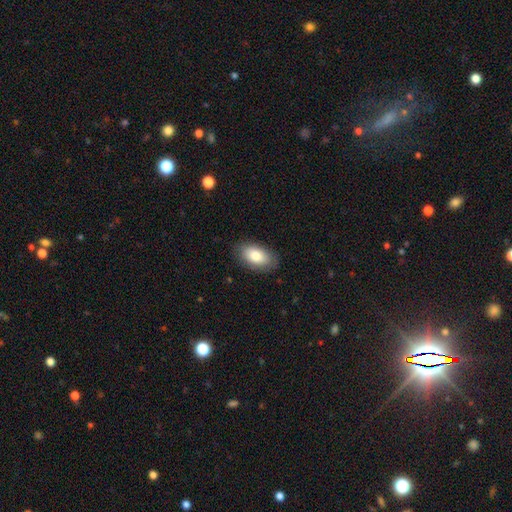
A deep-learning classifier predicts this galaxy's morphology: A smooth galaxy with no disk features (82%) that is in between round and cigar-shaped (93%).

Vote fractions:
- Smooth or featured? smooth: 82% / featured or disk: 11% / star or artifact: 7%
- How rounded? in between: 93% / round: 5% / cigar-shaped: 2%
- Merging? none: 84% / minor disturbance: 12% / major disturbance: 3% / merger: 1%